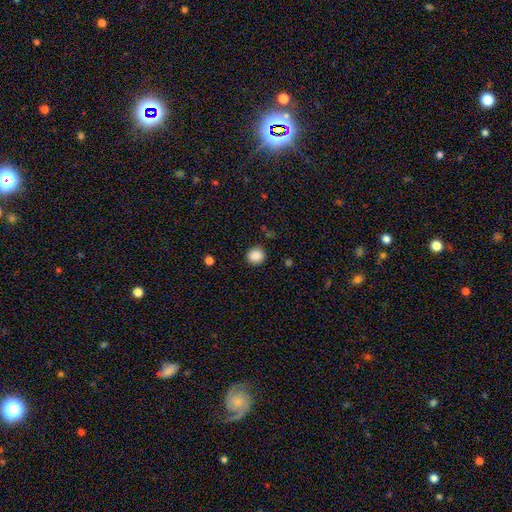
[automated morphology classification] This is clearly a smooth galaxy (88%). How rounded: clearly round (86%). Merging: clearly none (90%).